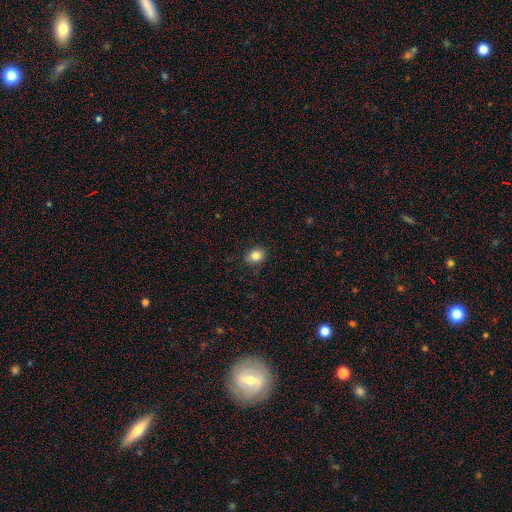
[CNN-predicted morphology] Smooth or featured: smooth — 84% (star or artifact — 10%)
How rounded: round — 54% (in between — 45%)
Merging: none — 83% (minor disturbance — 13%)